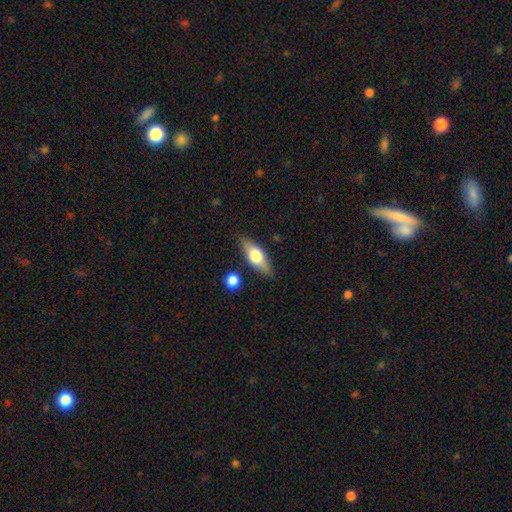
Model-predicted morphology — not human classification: smooth 57%, featured or disk 36%, star or artifact 6%. Down the decision tree: how rounded — in between (68%); merging — none (81%).